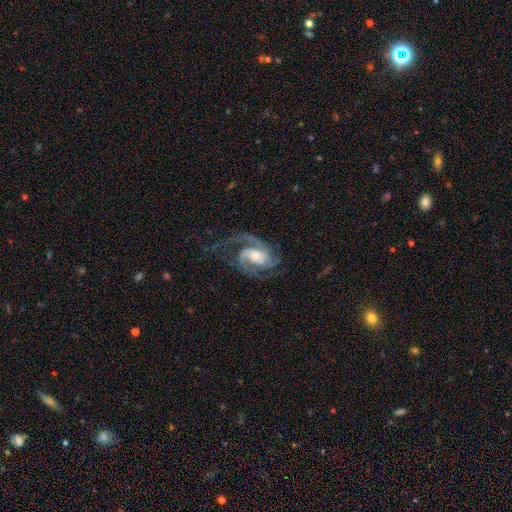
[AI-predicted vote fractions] A featured or disk galaxy (90%) with no bar (55%), 2 (42%) medium (51%) spiral arms (98%) and a moderate central bulge (50%). Merging: none (61%).